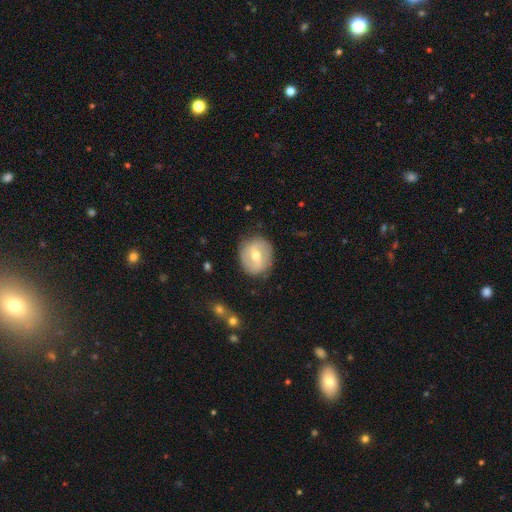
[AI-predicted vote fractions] Smooth or featured?
  - featured or disk: 54% *
  - smooth: 39%
  - star or artifact: 7%
Edge-on disk?
  - no: 95% *
  - yes: 5%
Bar?
  - weak: 47% *
  - strong: 28%
  - no: 25%
Spiral arms?
  - yes: 58% *
  - no: 42%
Bulge size?
  - moderate: 69% *
  - small: 27%
  - large: 3%
  - none: 1%
  - dominant: 1%
Merging?
  - none: 84% *
  - minor disturbance: 11%
  - major disturbance: 3%
  - merger: 1%